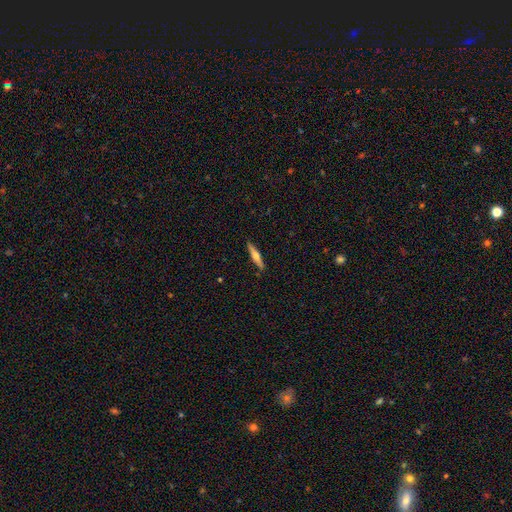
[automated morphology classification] This is possibly a featured or disk galaxy (50%). It is clearly viewed edge-on (96%). Merging: clearly none (90%).